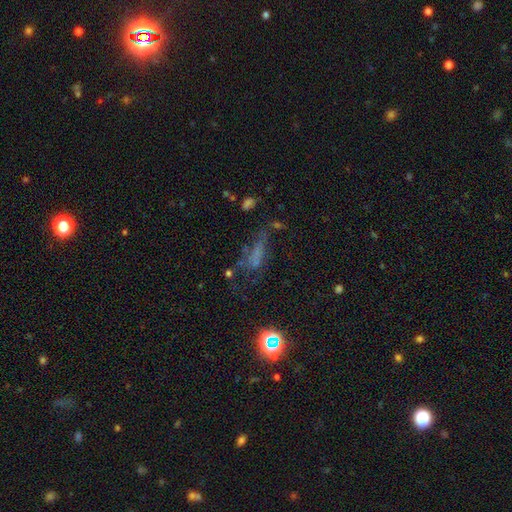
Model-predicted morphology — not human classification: This appears to be a smooth galaxy with no disk features (40%). Merging: none (38%).